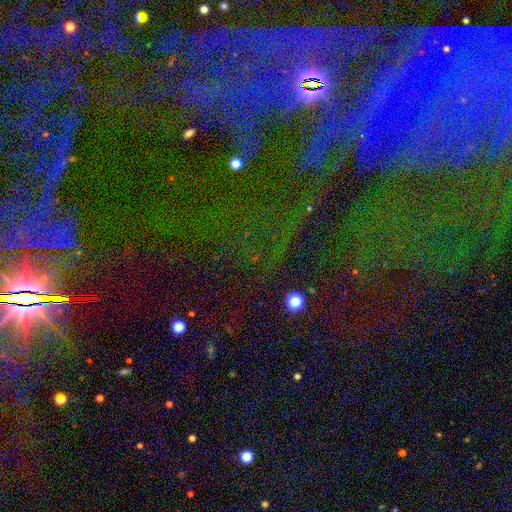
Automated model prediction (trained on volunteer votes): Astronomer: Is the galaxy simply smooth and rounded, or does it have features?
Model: star or artifact — 71%.